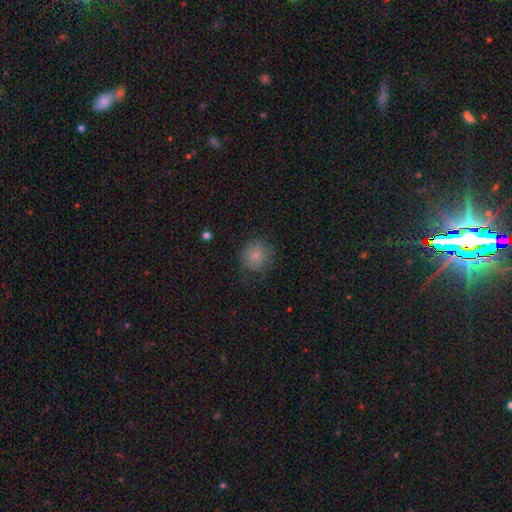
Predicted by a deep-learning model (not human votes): Morphology: type=smooth (80%); roundness=round (88%); merging=none (66%).